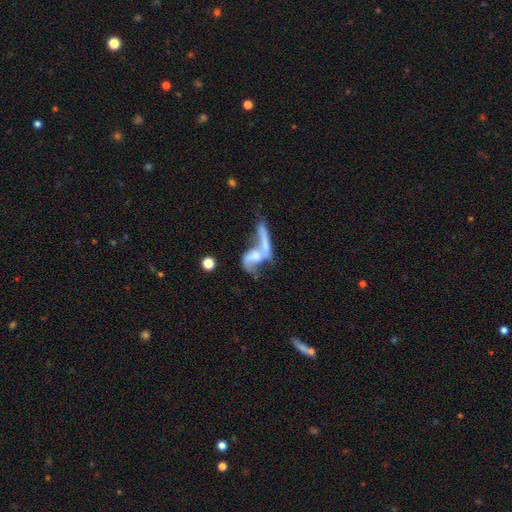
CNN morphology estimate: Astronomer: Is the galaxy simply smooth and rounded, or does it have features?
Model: featured or disk — 60%.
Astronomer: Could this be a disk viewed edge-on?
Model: no — 86%.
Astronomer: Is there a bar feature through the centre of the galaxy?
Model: no — 62%.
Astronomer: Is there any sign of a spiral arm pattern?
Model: yes — 63%.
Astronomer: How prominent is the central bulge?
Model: none — 40% (runner-up: moderate, 25%).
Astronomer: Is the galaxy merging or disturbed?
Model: merger — 60%.